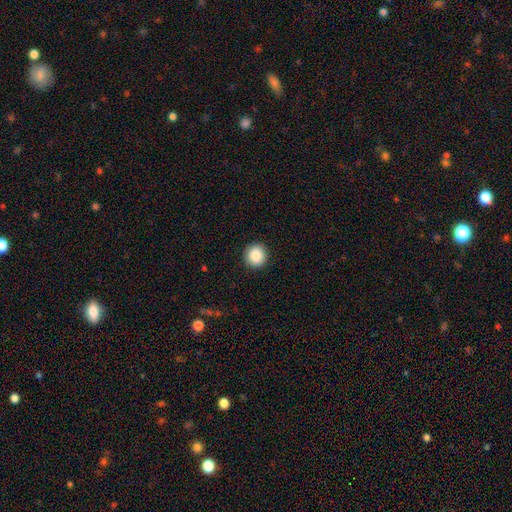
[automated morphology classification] Smooth or featured? smooth (88%)
How rounded? round (93%)
Merging? none (92%)